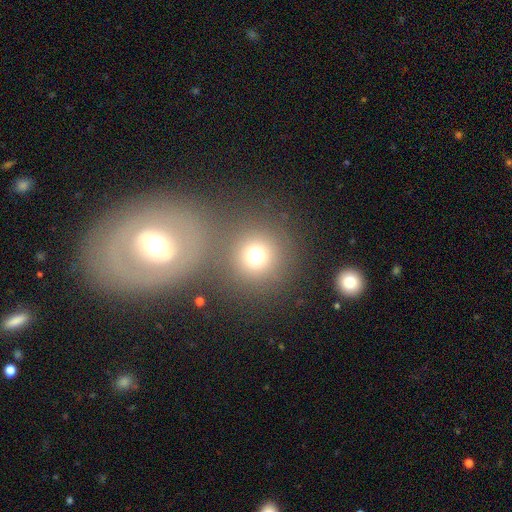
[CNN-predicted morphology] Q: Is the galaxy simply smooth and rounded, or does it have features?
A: smooth — 72%.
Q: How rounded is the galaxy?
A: round — 92%.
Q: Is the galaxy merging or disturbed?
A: none — 69%.